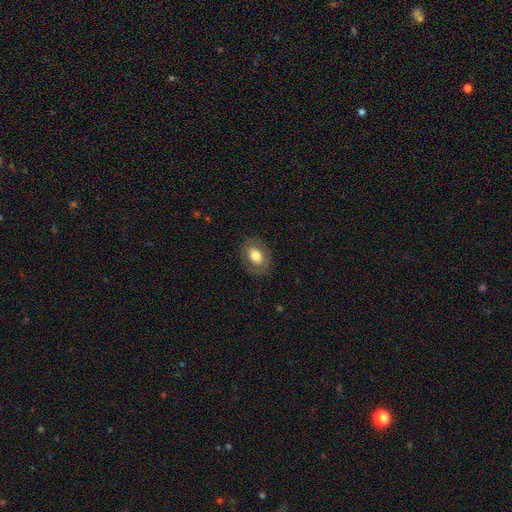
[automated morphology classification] The model was most divided on "smooth or featured": smooth: 68%, featured or disk: 24%, star or artifact: 7%. More confident: merging — none (82%); how rounded — in between (72%).